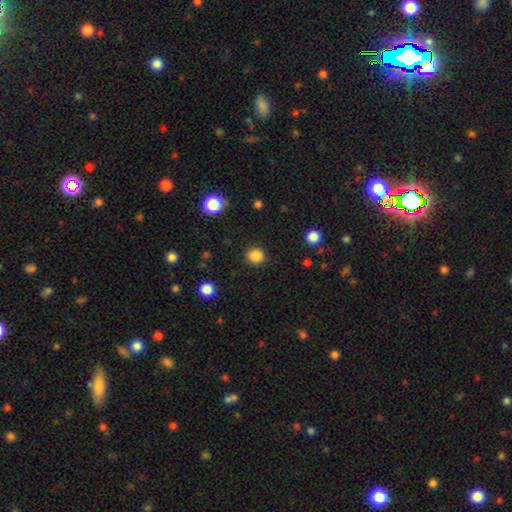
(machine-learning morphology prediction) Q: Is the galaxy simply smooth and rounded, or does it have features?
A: smooth — 86%.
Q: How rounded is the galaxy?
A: round — 82%.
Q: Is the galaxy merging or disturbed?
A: none — 89%.